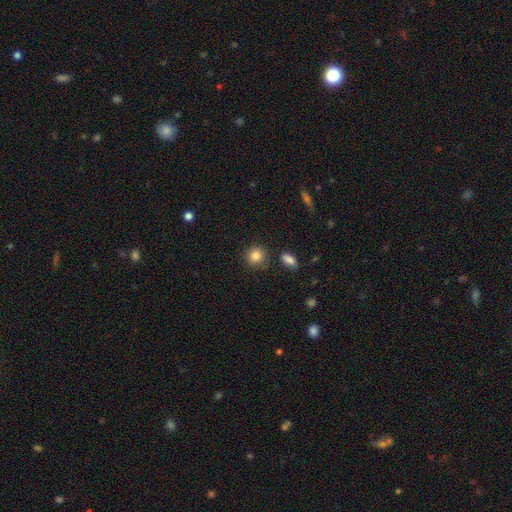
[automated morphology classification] type=smooth (85%); roundness=round (87%); merging=none (84%).